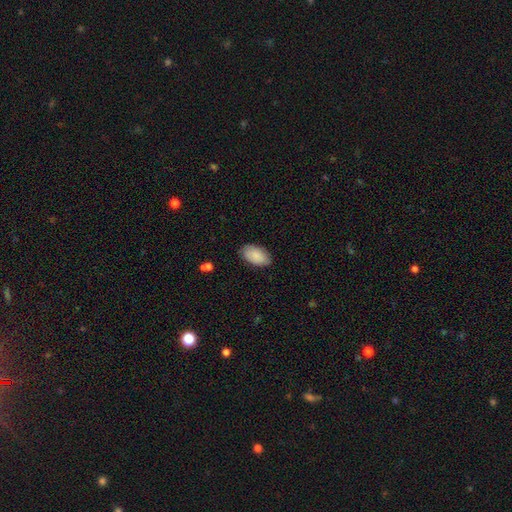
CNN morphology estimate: Overall: smooth (87%). How rounded: in between (95%). Merging: none (84%).